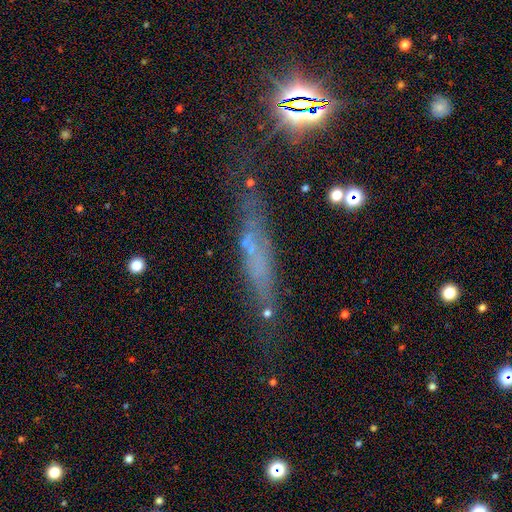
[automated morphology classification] featured or disk 41%, smooth 36%, star or artifact 23%. Down the decision tree: merging — none (68%).